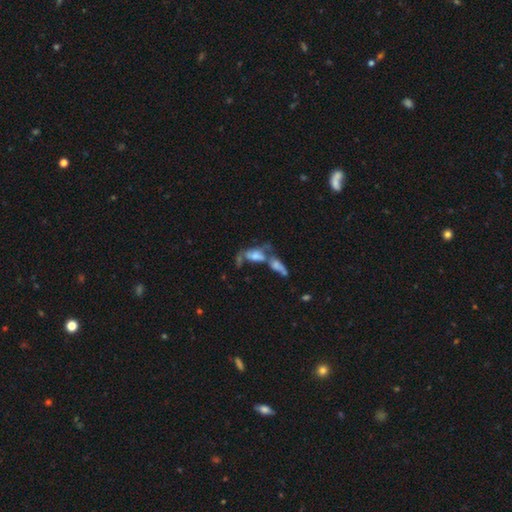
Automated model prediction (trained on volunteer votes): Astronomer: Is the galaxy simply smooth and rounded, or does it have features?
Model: smooth — 44% (runner-up: featured or disk, 42%).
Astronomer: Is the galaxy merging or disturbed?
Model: merger — 64%.